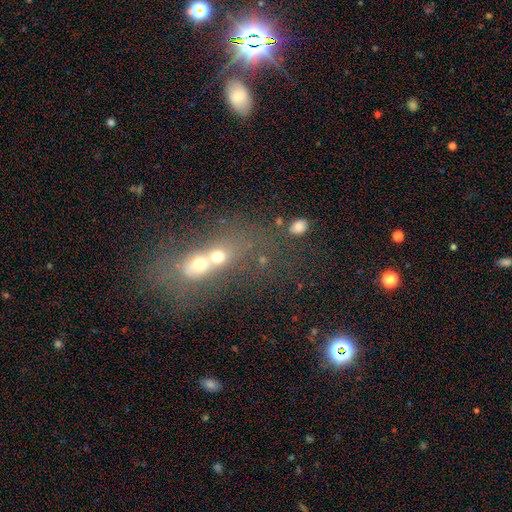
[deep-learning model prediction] smooth_or_featured: smooth (p=0.43) [alt: star or artifact p=0.31]
merging: merger (p=0.63) [alt: none p=0.23]